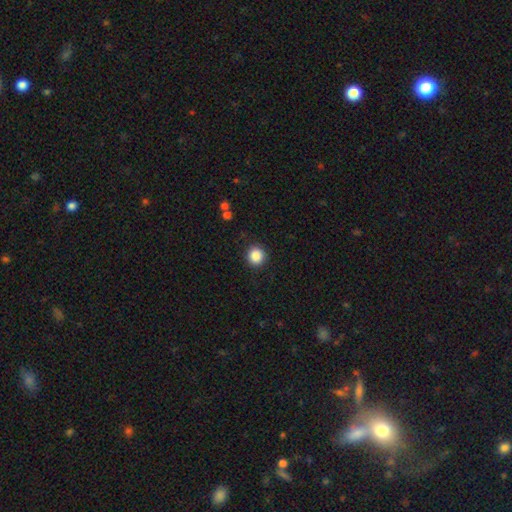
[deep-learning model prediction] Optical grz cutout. It shows a smooth galaxy with no disk features (87%) that is round (93%). Merging: none (91%).